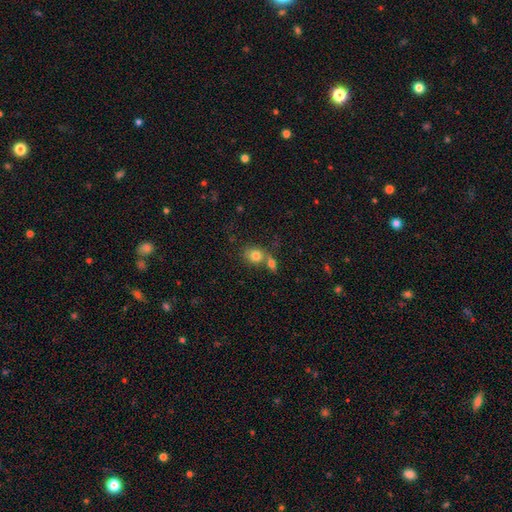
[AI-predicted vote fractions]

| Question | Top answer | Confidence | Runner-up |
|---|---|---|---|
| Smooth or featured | smooth | 80% | featured or disk (10%) |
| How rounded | round | 57% | in between (42%) |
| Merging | none | 45% | merger (41%) |